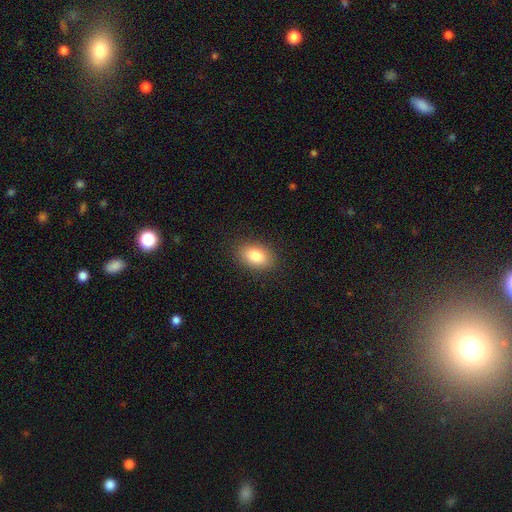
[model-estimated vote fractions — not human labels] A smooth galaxy with no disk features (84%) that is in between round and cigar-shaped (86%).

Vote fractions:
- Smooth or featured? smooth: 84% / featured or disk: 8% / star or artifact: 8%
- How rounded? in between: 86% / round: 13% / cigar-shaped: 2%
- Merging? none: 87% / minor disturbance: 9% / major disturbance: 3% / merger: 1%